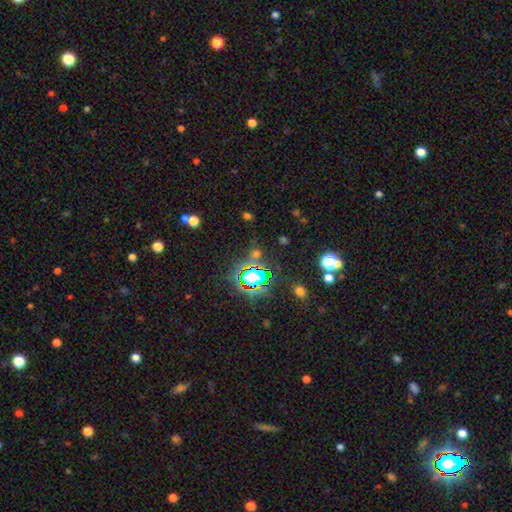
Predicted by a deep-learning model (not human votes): smooth-or-featured: star or artifact: 73% | smooth: 18% | featured or disk: 10%